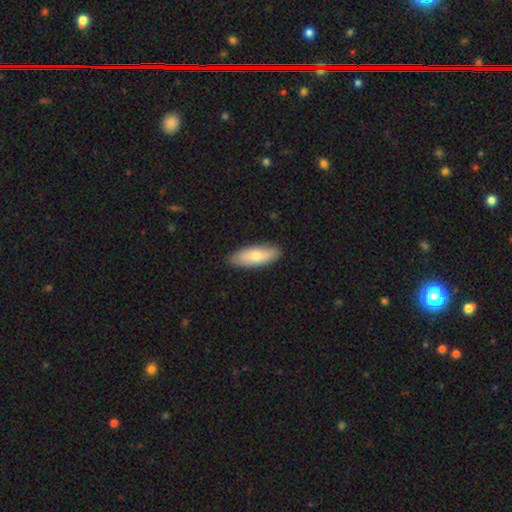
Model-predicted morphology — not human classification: A smooth galaxy with no disk features (73%) that is in between round and cigar-shaped (70%).

Vote fractions:
- Smooth or featured? smooth: 73% / featured or disk: 22% / star or artifact: 5%
- How rounded? in between: 70% / cigar-shaped: 27% / round: 2%
- Merging? none: 89% / minor disturbance: 9% / major disturbance: 2% / merger: 1%